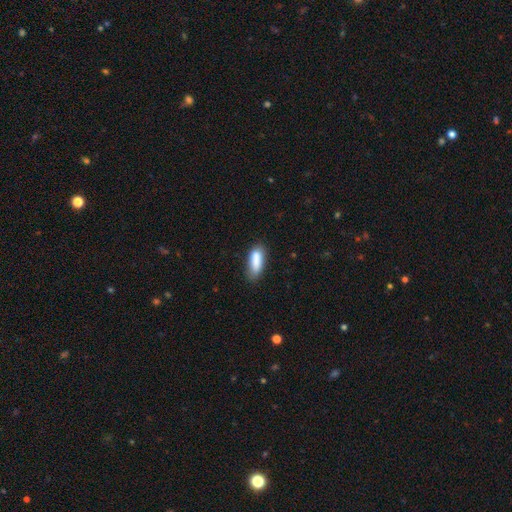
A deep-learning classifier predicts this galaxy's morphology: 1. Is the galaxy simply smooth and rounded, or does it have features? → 84% smooth, 9% featured or disk, 7% star or artifact.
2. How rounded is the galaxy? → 67% in between, 31% cigar-shaped, 2% round.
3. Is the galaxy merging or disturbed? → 62% none, 27% minor disturbance, 7% major disturbance, 5% merger.